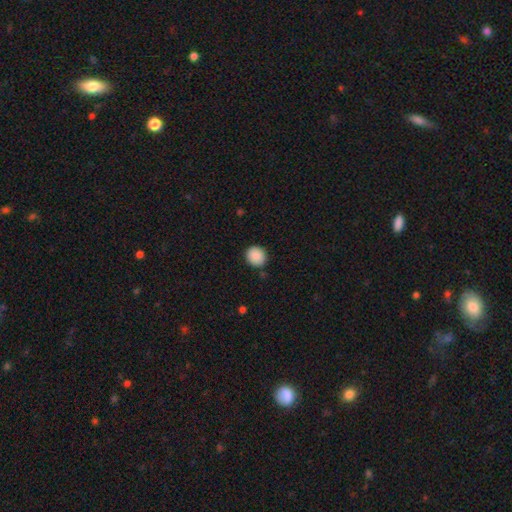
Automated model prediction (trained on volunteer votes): Smooth or featured?
  - smooth: 89% *
  - star or artifact: 8%
  - featured or disk: 3%
How rounded?
  - round: 85% *
  - in between: 14%
  - cigar-shaped: 1%
Merging?
  - none: 88% *
  - minor disturbance: 8%
  - major disturbance: 2%
  - merger: 2%